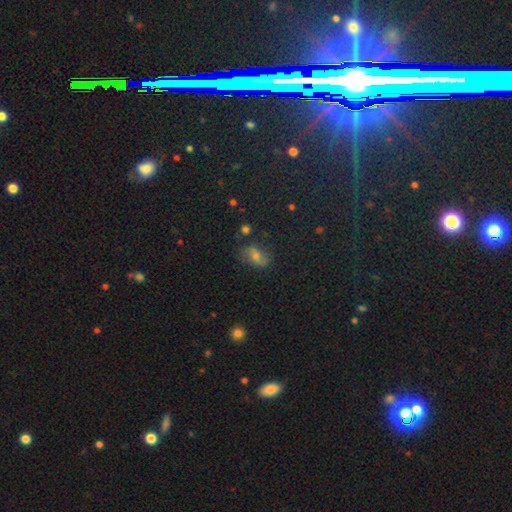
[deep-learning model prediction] Smooth or featured? smooth (43%)
Merging? none (71%)